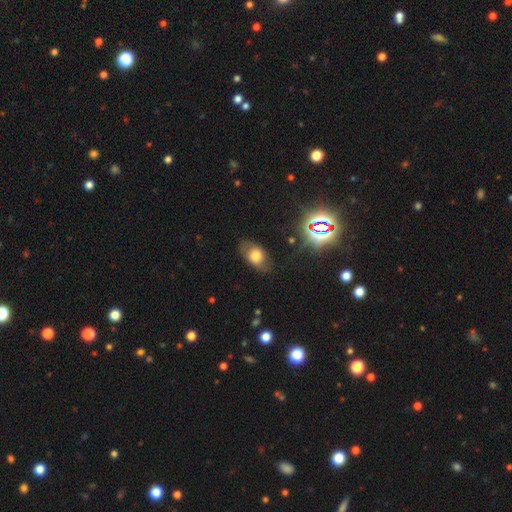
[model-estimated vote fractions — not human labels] This is likely a smooth galaxy (62%). How rounded: clearly in between (85%). Merging: likely none (72%).